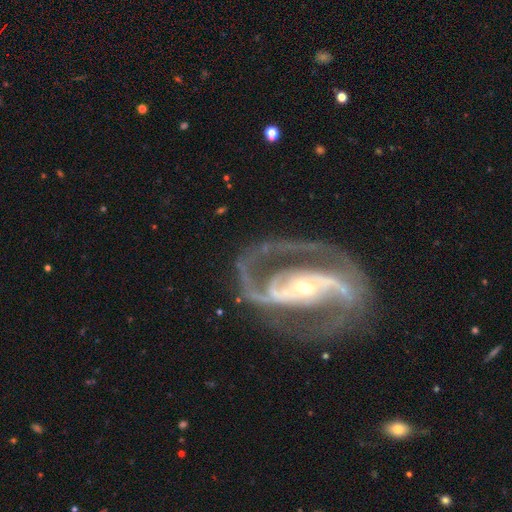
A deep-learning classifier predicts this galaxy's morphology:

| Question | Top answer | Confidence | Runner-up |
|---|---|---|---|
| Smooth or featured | featured or disk | 92% | star or artifact (5%) |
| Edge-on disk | no | 96% | yes (4%) |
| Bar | strong | 52% | weak (24%) |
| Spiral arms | yes | 97% | no (3%) |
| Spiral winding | medium | 58% | tight (26%) |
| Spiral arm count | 2 | 91% | 3 (2%) |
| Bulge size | small | 62% | moderate (33%) |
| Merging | none | 75% | minor disturbance (13%) |